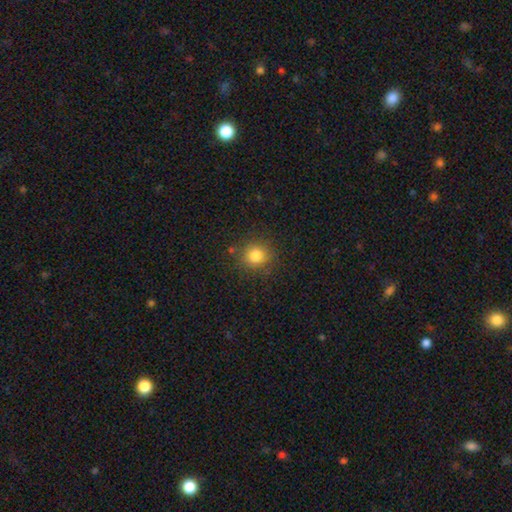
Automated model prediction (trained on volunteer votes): Smooth or featured?
  - smooth: 81% *
  - star or artifact: 13%
  - featured or disk: 6%
How rounded?
  - round: 89% *
  - in between: 10%
  - cigar-shaped: 1%
Merging?
  - none: 85% *
  - minor disturbance: 9%
  - major disturbance: 3%
  - merger: 2%